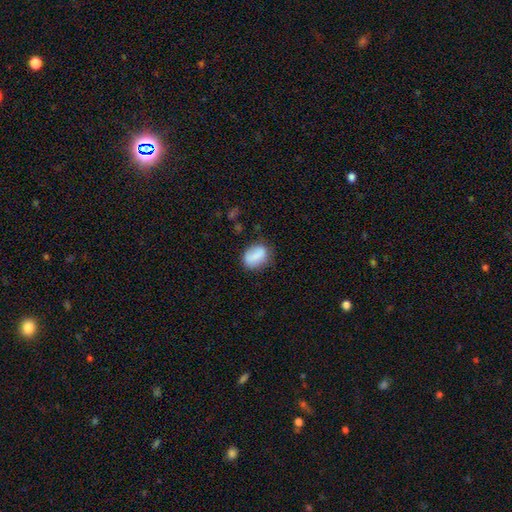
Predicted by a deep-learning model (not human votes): smooth 81%, featured or disk 11%, star or artifact 8%. Down the decision tree: how rounded — in between (70%); merging — none (69%).